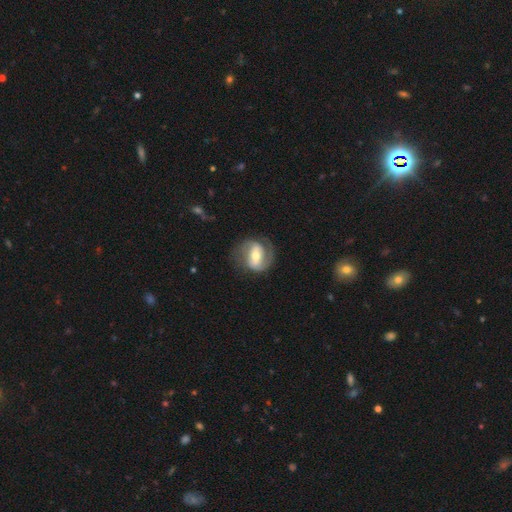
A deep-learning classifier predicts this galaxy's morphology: Smooth or featured?
  - featured or disk: 72% *
  - smooth: 23%
  - star or artifact: 6%
Edge-on disk?
  - no: 96% *
  - yes: 4%
Bar?
  - strong: 44% *
  - weak: 35%
  - no: 21%
Spiral arms?
  - yes: 83% *
  - no: 17%
Spiral winding?
  - medium: 46% *
  - tight: 34%
  - loose: 21%
Spiral arm count?
  - 2: 79% *
  - can't tell: 9%
  - 1: 8%
  - 3: 1%
  - 4: 1%
  - more than 4: 1%
Bulge size?
  - moderate: 65% *
  - small: 23%
  - large: 9%
  - none: 1%
  - dominant: 1%
Merging?
  - none: 70% *
  - minor disturbance: 17%
  - major disturbance: 12%
  - merger: 1%